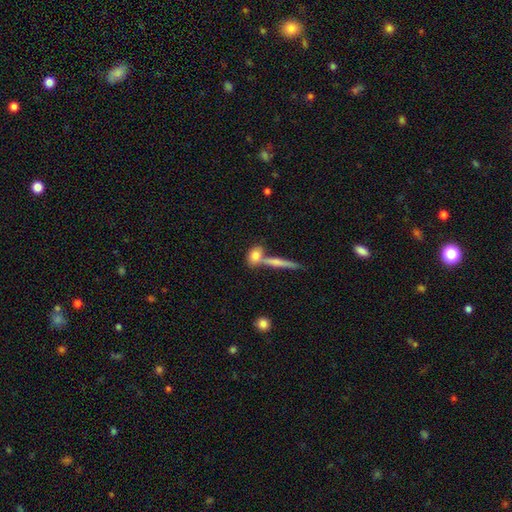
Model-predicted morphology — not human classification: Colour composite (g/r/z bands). It shows a smooth galaxy with no disk features (76%) that is in between round and cigar-shaped (58%). Merging: none (51%).